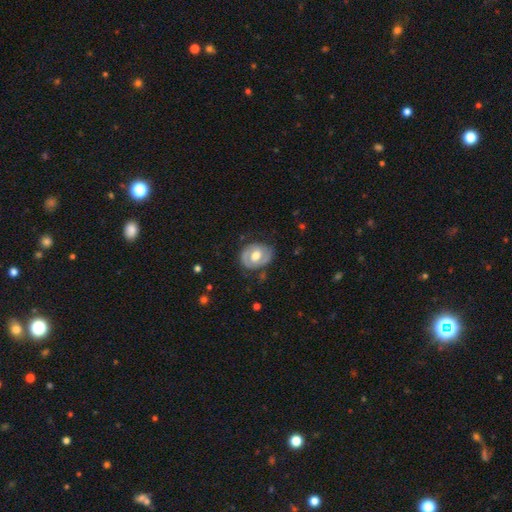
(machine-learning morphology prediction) A featured or disk galaxy (61%) with no bar (53%), spiral arms (62%) and a moderate central bulge (68%). Merging: none (72%).